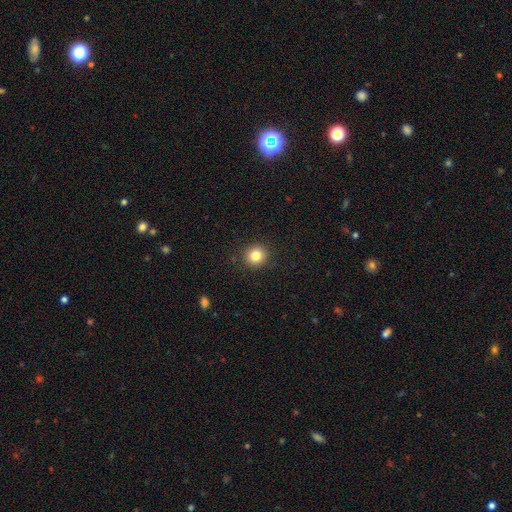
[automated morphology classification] smooth_or_featured: smooth (p=0.82) [alt: star or artifact p=0.11]
how_rounded: round (p=0.90) [alt: in between p=0.09]
merging: none (p=0.91) [alt: minor disturbance p=0.06]